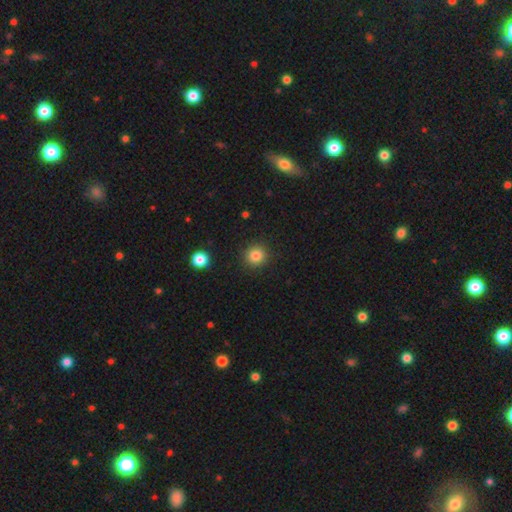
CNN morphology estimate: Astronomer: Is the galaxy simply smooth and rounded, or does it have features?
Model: smooth — 83%.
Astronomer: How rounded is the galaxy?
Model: round — 94%.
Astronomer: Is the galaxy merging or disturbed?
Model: none — 91%.